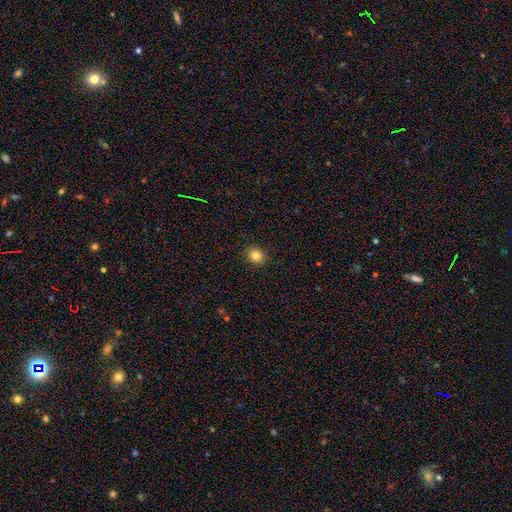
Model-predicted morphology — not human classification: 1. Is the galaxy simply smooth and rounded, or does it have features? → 83% smooth, 11% star or artifact, 6% featured or disk.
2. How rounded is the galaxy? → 71% round, 28% in between, 1% cigar-shaped.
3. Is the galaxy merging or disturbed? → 90% none, 7% minor disturbance, 2% major disturbance, 1% merger.